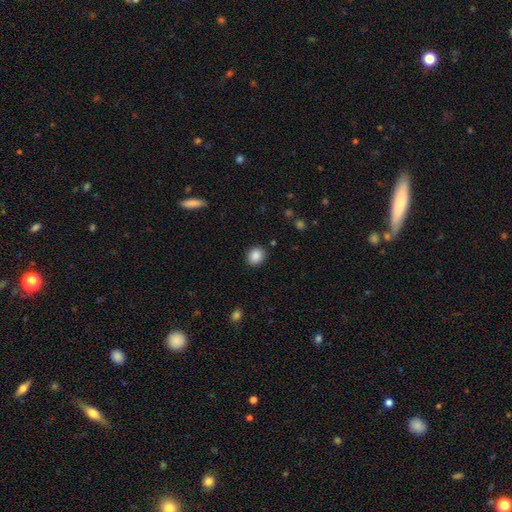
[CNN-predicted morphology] The model was most divided on "how rounded": round: 67%, in between: 32%, cigar-shaped: 1%. More confident: merging — none (89%); smooth or featured — smooth (88%).